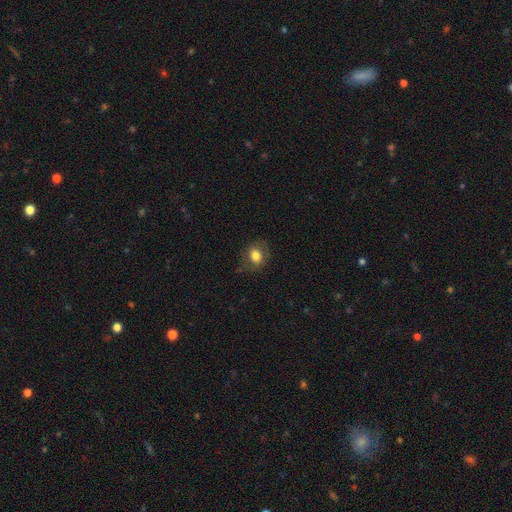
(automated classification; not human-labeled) smooth-or-featured: smooth: 76% | featured or disk: 15% | star or artifact: 9%
  how-rounded: in between: 53% | round: 46% | cigar-shaped: 1%
  merging: none: 74% | minor disturbance: 18% | major disturbance: 7% | merger: 1%